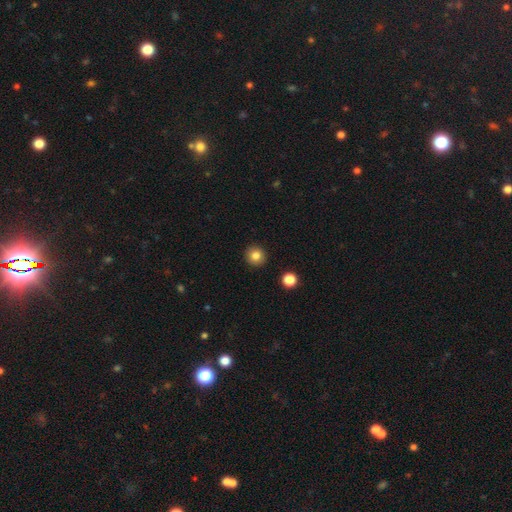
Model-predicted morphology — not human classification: Smooth or featured: smooth — 83% (star or artifact — 11%)
How rounded: round — 94% (in between — 5%)
Merging: none — 93% (minor disturbance — 5%)